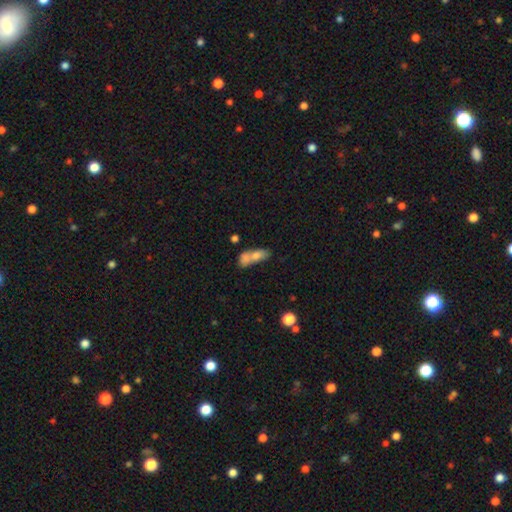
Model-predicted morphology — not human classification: smooth-or-featured: smooth: 68% | featured or disk: 22% | star or artifact: 9%
  how-rounded: in between: 74% | cigar-shaped: 13% | round: 13%
  merging: merger: 64% | none: 20% | minor disturbance: 9% | major disturbance: 7%